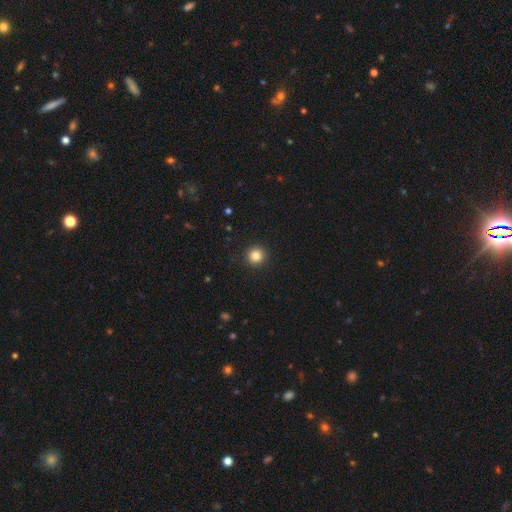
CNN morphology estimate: A smooth galaxy with no disk features (84%) that is round (95%). Merging: none (93%).